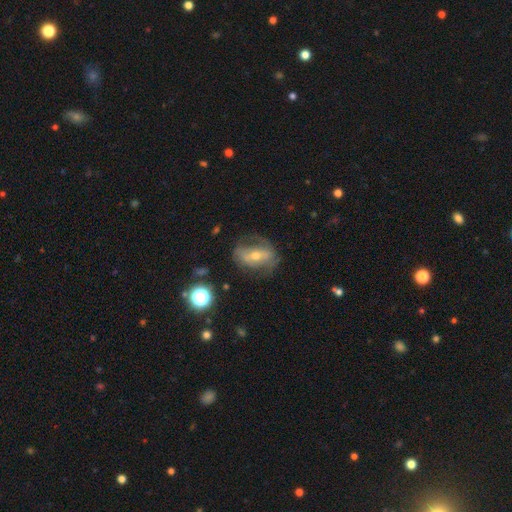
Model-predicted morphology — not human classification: smooth_or_featured: featured or disk (p=0.61) [alt: smooth p=0.30]
disk_edge_on: no (p=0.90) [alt: yes p=0.10]
bar: strong (p=0.43) [alt: no p=0.29]
has_spiral_arms: yes (p=0.55) [alt: no p=0.45]
bulge_size: moderate (p=0.54) [alt: small p=0.41]
merging: none (p=0.59) [alt: minor disturbance p=0.22]